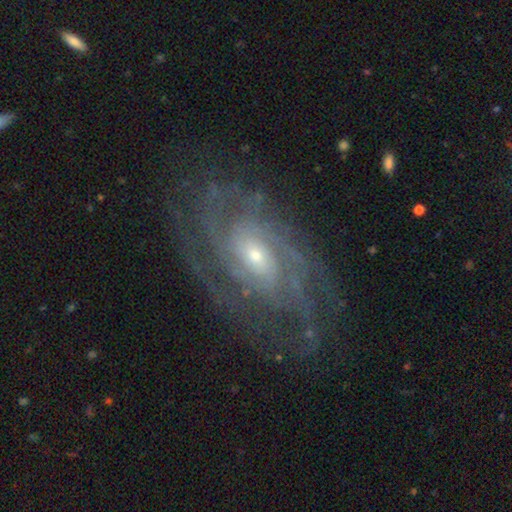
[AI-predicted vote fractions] A featured or disk galaxy (89%) with no bar (61%), tight (66%) spiral arms (97%) and a small central bulge (58%). Merging: none (71%).